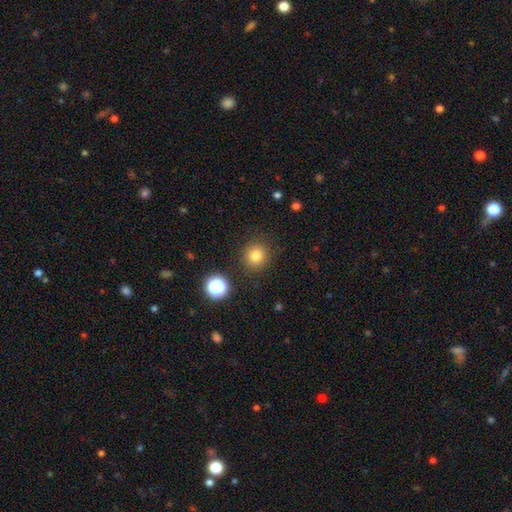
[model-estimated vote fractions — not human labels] This is likely a smooth galaxy (80%). How rounded: clearly round (92%). Merging: clearly none (87%).